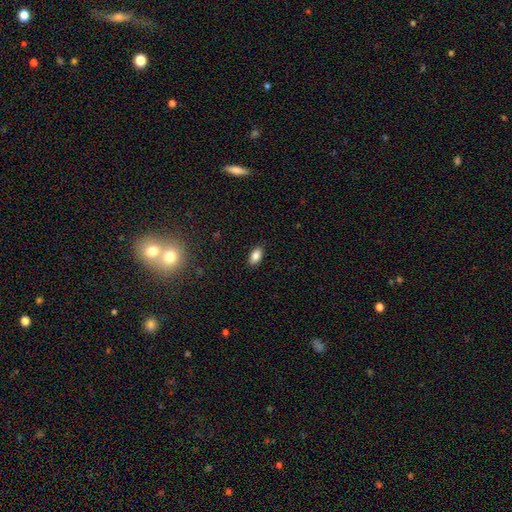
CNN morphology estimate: A smooth galaxy with no disk features (85%) that is in between round and cigar-shaped (91%). Merging: none (88%).